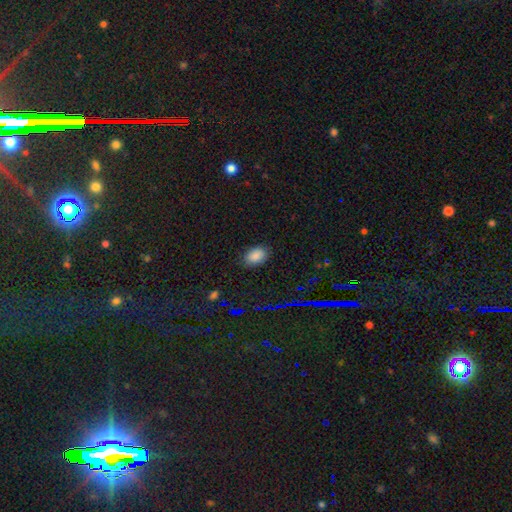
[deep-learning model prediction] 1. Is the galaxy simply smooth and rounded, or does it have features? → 83% smooth, 12% star or artifact, 5% featured or disk.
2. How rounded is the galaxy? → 85% in between, 14% round, 1% cigar-shaped.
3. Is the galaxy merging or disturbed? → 82% none, 13% minor disturbance, 3% major disturbance, 1% merger.